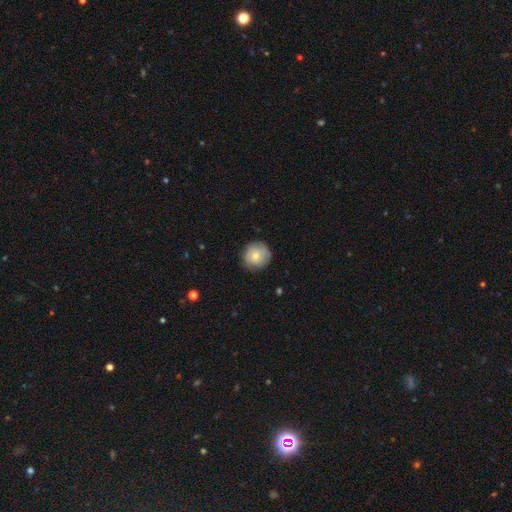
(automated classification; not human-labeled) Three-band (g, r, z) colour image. It shows a smooth galaxy with no disk features (76%) that is round (94%). Merging: none (84%).